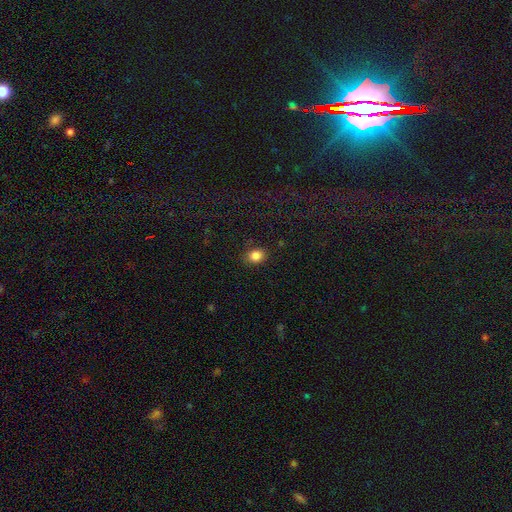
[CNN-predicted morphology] smooth 85%, star or artifact 11%, featured or disk 5%. Down the decision tree: how rounded — in between (50%); merging — none (84%).